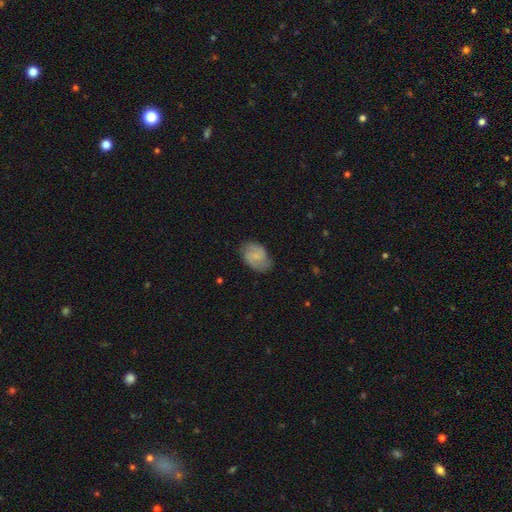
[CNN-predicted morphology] Smooth or featured?
  - featured or disk: 50% *
  - smooth: 43%
  - star or artifact: 7%
Merging?
  - none: 73% *
  - minor disturbance: 21%
  - major disturbance: 5%
  - merger: 1%